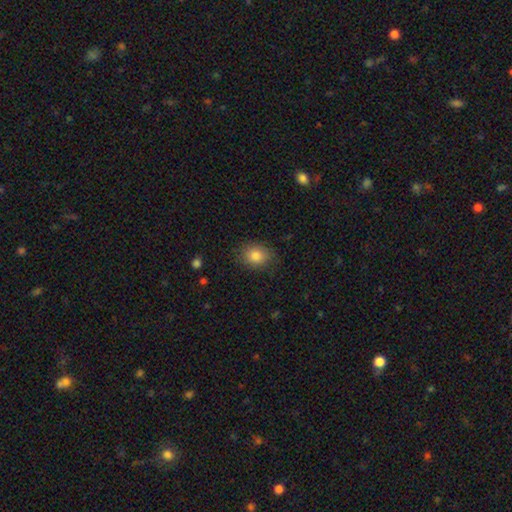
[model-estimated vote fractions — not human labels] A smooth galaxy with no disk features (83%) that is round (57%). Merging: none (83%).